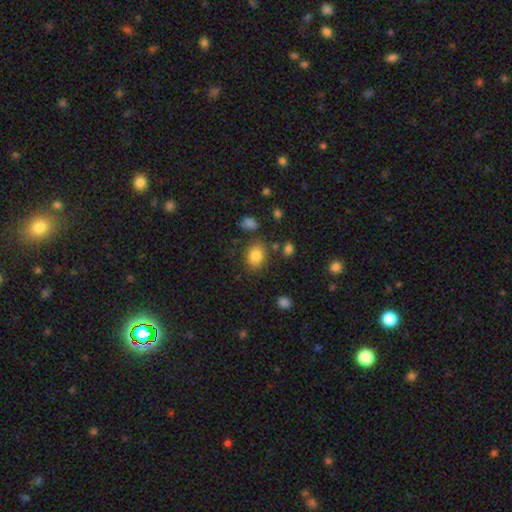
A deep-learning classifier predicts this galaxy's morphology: Smooth or featured? smooth (83%)
How rounded? in between (56%)
Merging? none (78%)